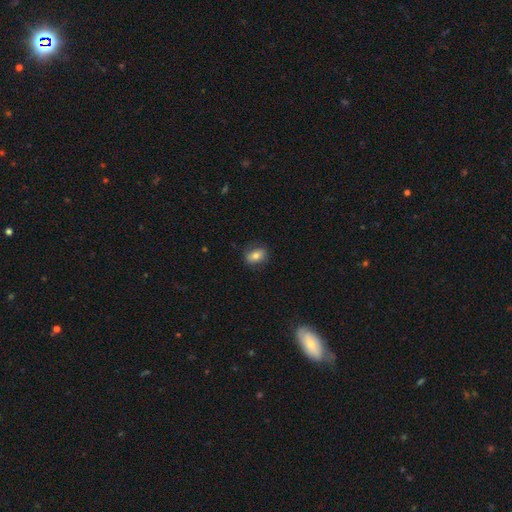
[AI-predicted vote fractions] This is likely a smooth galaxy (73%). How rounded: likely in between (74%). Merging: likely none (80%).